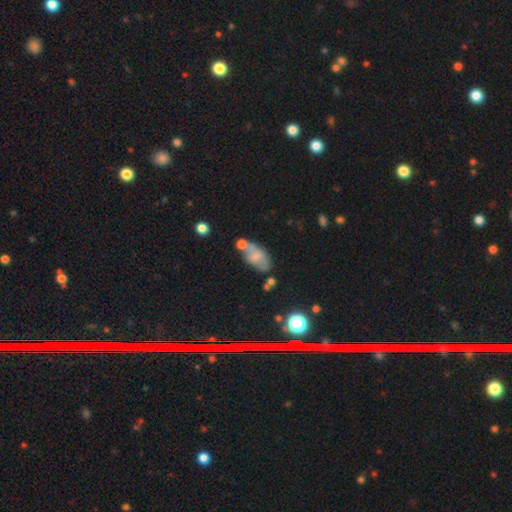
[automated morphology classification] smooth-or-featured: smooth: 54% | featured or disk: 36% | star or artifact: 10%
  how-rounded: in between: 91% | round: 5% | cigar-shaped: 4%
  merging: none: 42% | minor disturbance: 24% | merger: 23% | major disturbance: 11%